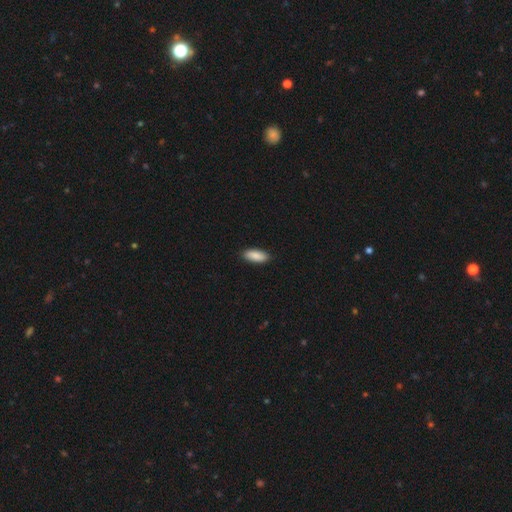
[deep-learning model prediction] Morphology: type=smooth (89%); roundness=in between (82%); merging=none (90%).